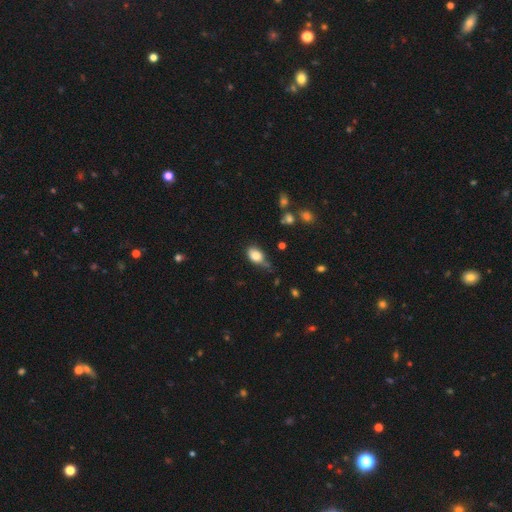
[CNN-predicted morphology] A smooth galaxy with no disk features (82%) that is in between round and cigar-shaped (81%). Merging: none (49%).